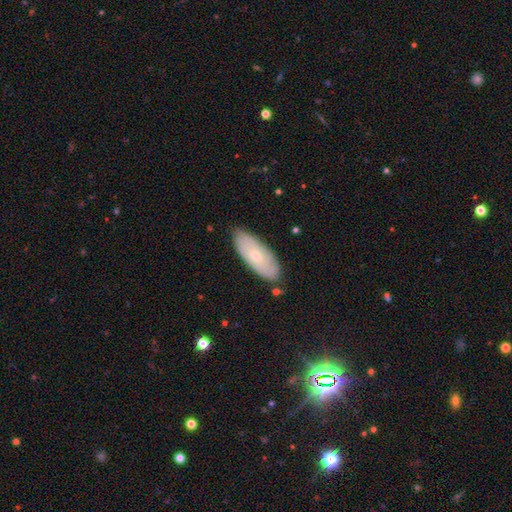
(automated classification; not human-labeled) A smooth galaxy with no disk features (54%) that is in between round and cigar-shaped (78%).

Vote fractions:
- Smooth or featured? smooth: 54% / featured or disk: 39% / star or artifact: 7%
- How rounded? in between: 78% / cigar-shaped: 20% / round: 2%
- Merging? none: 82% / minor disturbance: 14% / major disturbance: 2% / merger: 2%